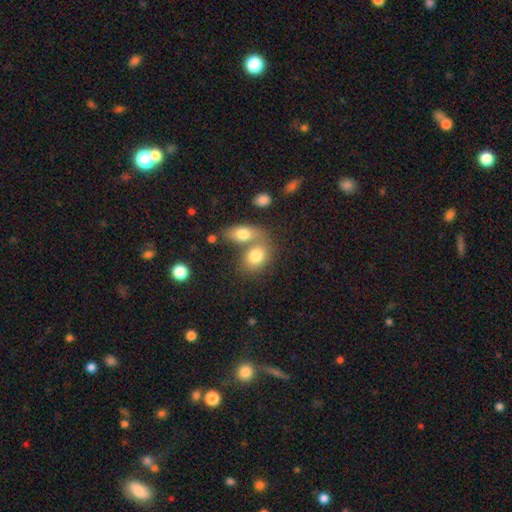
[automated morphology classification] Smooth or featured?
  - smooth: 78% *
  - featured or disk: 14%
  - star or artifact: 8%
How rounded?
  - in between: 67% *
  - round: 31%
  - cigar-shaped: 2%
Merging?
  - merger: 54% *
  - none: 33%
  - minor disturbance: 9%
  - major disturbance: 4%